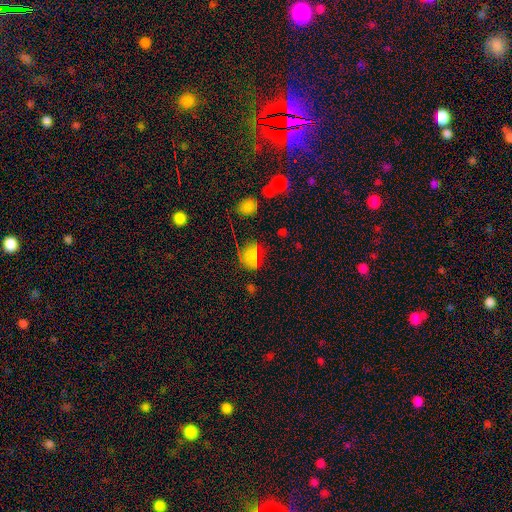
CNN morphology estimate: type=smooth (67%); roundness=in between (57%); merging=none (58%).